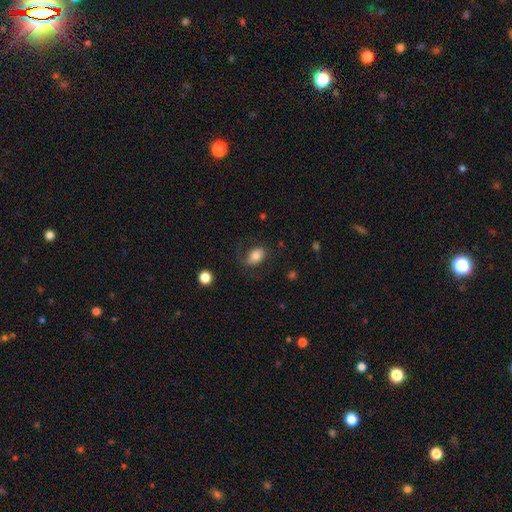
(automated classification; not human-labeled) Overall: smooth (71%). How rounded: in between (81%). Merging: none (62%).